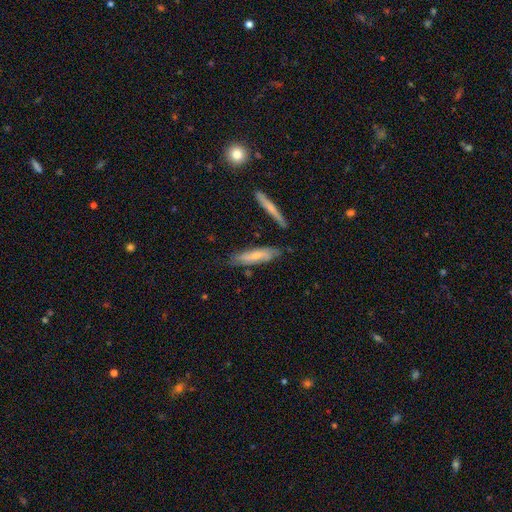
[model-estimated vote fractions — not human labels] smooth-or-featured: smooth: 49% | featured or disk: 45% | star or artifact: 6%
  merging: none: 70% | minor disturbance: 20% | merger: 6% | major disturbance: 5%